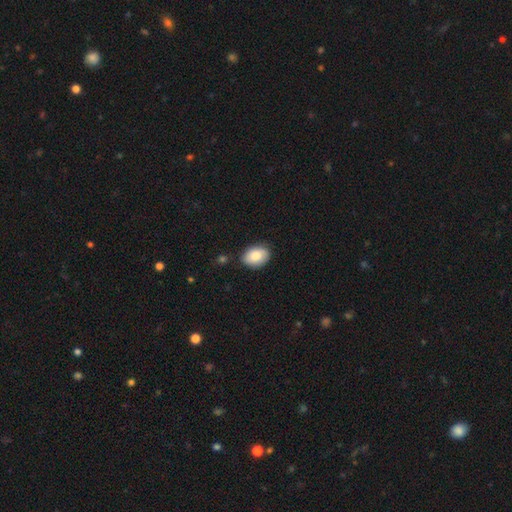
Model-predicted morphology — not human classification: Smooth or featured: smooth — 83% (featured or disk — 11%)
How rounded: in between — 83% (round — 16%)
Merging: none — 81% (minor disturbance — 14%)